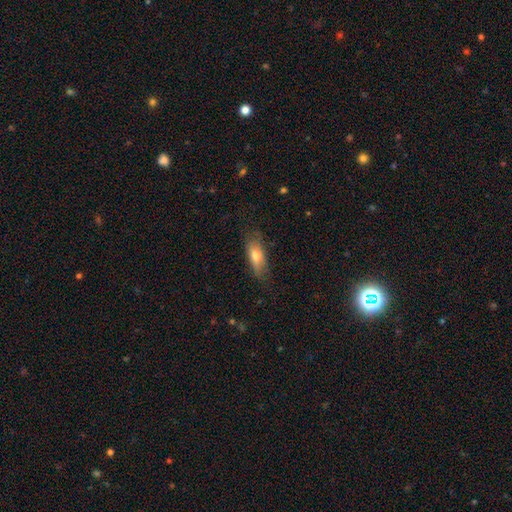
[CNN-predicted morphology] smooth-or-featured: smooth: 72% | featured or disk: 21% | star or artifact: 7%
  how-rounded: in between: 71% | cigar-shaped: 26% | round: 3%
  merging: none: 70% | minor disturbance: 23% | major disturbance: 6% | merger: 1%